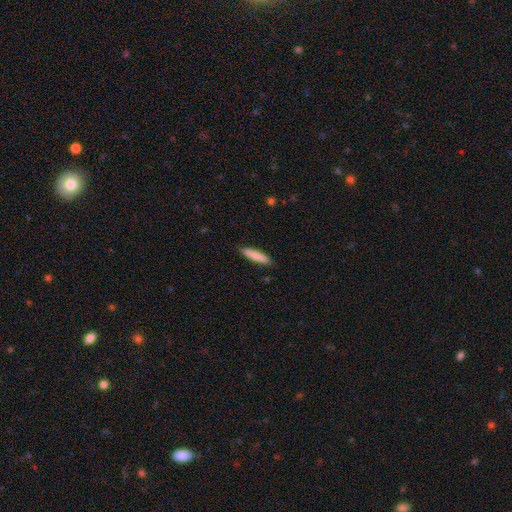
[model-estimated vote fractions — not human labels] smooth_or_featured: smooth (p=0.82) [alt: featured or disk p=0.13]
how_rounded: cigar-shaped (p=0.83) [alt: in between p=0.15]
merging: none (p=0.88) [alt: minor disturbance p=0.09]